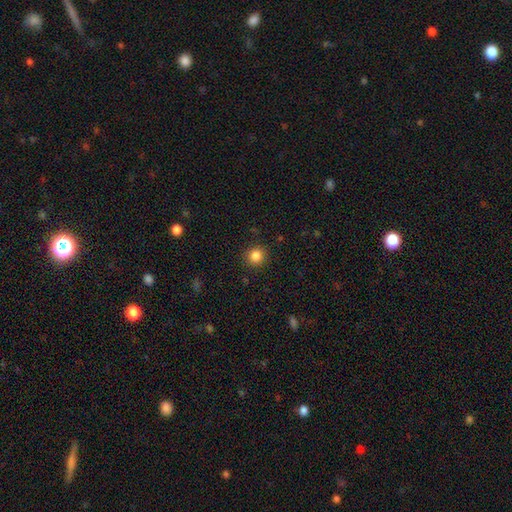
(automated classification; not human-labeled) This appears to be a smooth galaxy with no disk features (84%) that is round (90%). Merging: none (90%).